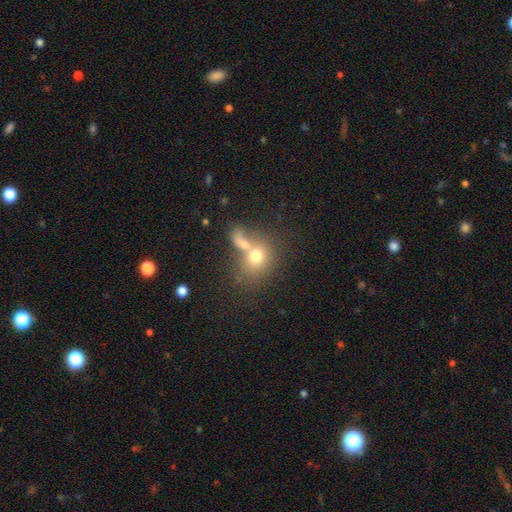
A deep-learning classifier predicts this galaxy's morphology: A smooth galaxy with no disk features (70%) that is round (55%).

Vote fractions:
- Smooth or featured? smooth: 70% / featured or disk: 19% / star or artifact: 11%
- How rounded? round: 55% / in between: 43% / cigar-shaped: 2%
- Merging? merger: 58% / none: 25% / minor disturbance: 8% / major disturbance: 8%